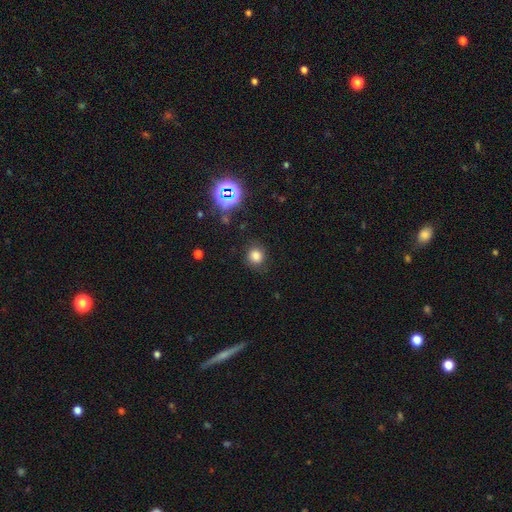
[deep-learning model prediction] Smooth or featured? smooth (76%)
How rounded? round (86%)
Merging? none (82%)